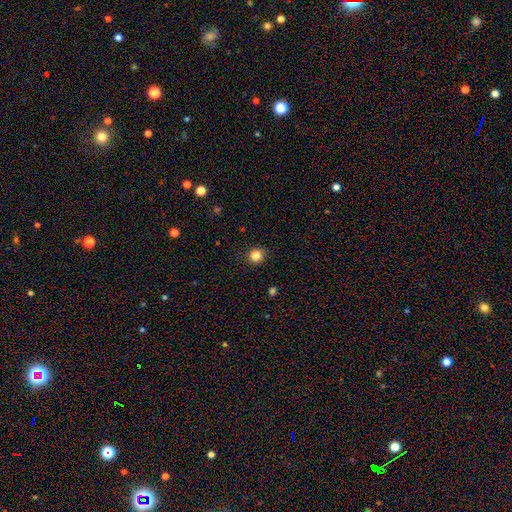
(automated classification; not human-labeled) This is clearly a smooth galaxy (84%). How rounded: clearly round (90%). Merging: clearly none (91%).